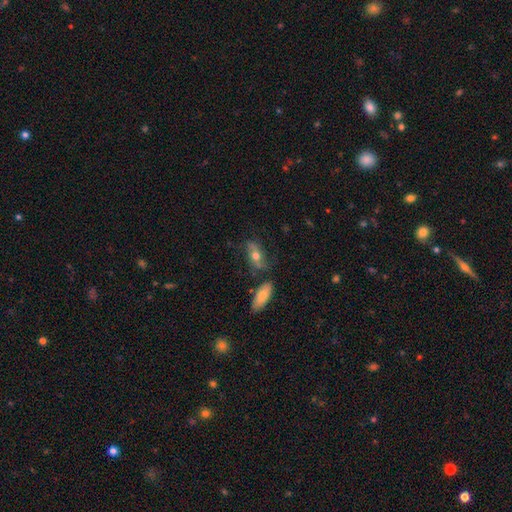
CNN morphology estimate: This is possibly a smooth galaxy (46%). Merging: likely none (65%).